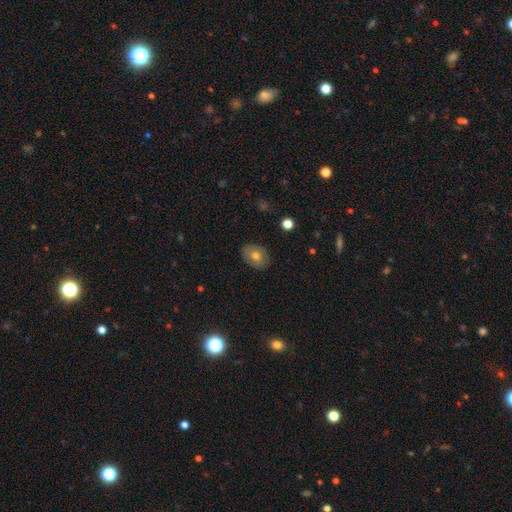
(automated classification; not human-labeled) smooth 69%, featured or disk 22%, star or artifact 9%. Down the decision tree: how rounded — in between (68%); merging — none (85%).